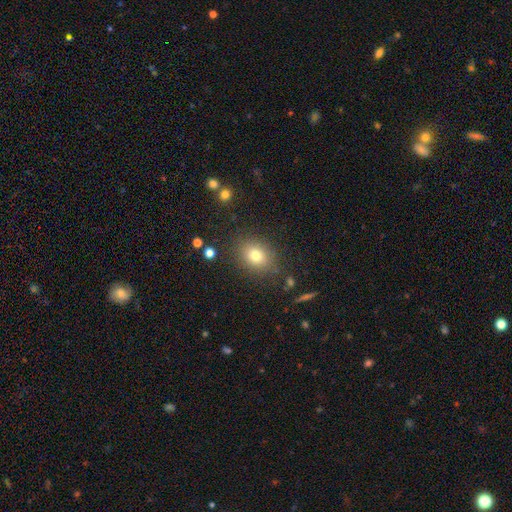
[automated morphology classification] Overall: smooth (78%). How rounded: round (52%; in between 47%). Merging: none (84%).